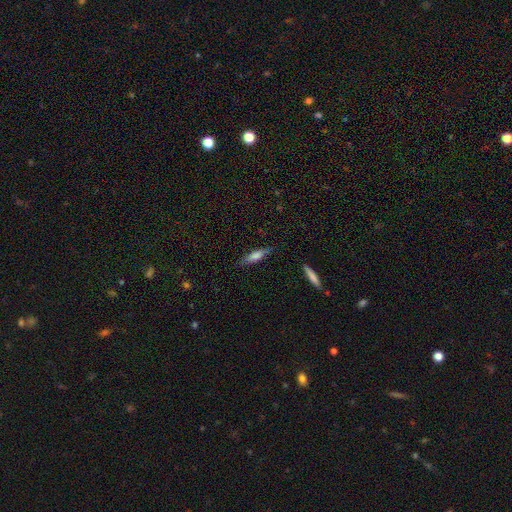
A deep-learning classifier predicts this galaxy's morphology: type=smooth (60%); roundness=cigar-shaped (77%); merging=none (83%).